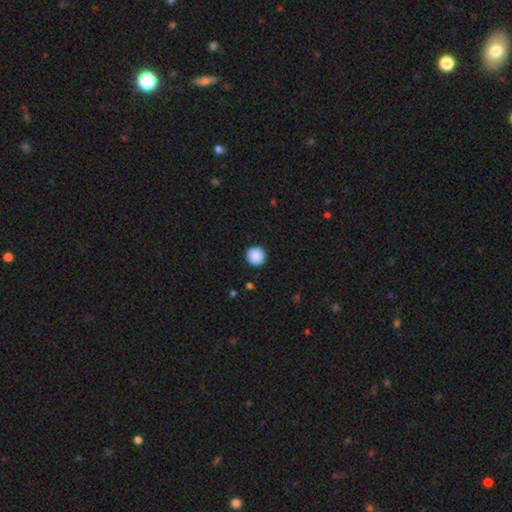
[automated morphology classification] Smooth or featured? Predicted: smooth (p=0.90). How rounded? Predicted: round (p=0.96). Merging? Predicted: none (p=0.93).